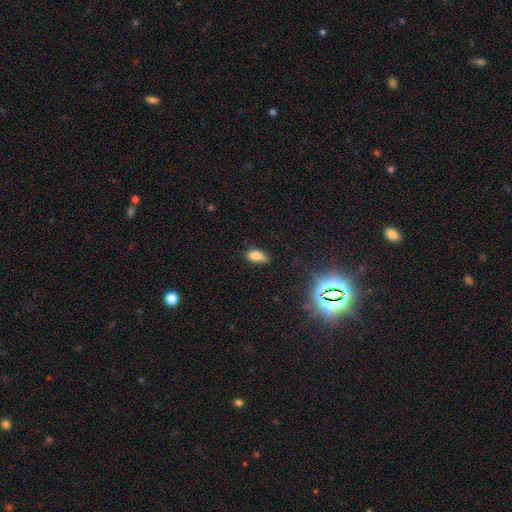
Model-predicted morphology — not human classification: Smooth or featured? smooth (80%)
How rounded? in between (88%)
Merging? none (66%)